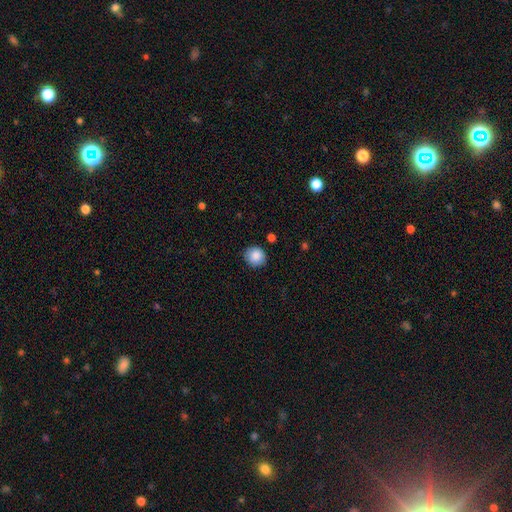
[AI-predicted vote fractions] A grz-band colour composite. It shows a smooth galaxy with no disk features (87%) that is round (89%). Merging: none (86%).